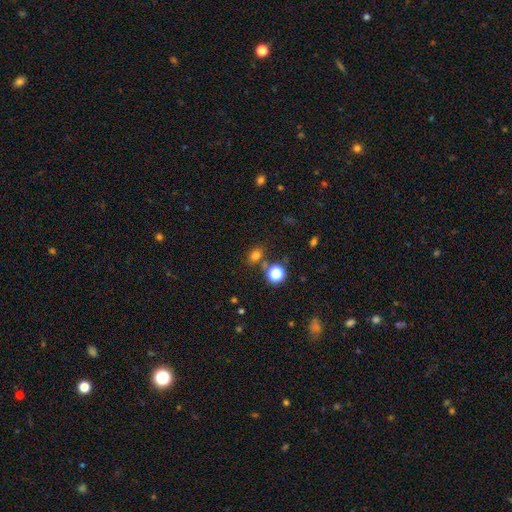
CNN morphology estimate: Smooth or featured? Predicted: smooth (p=0.71). How rounded? Predicted: in between (p=0.61). Merging? Predicted: none (p=0.74).